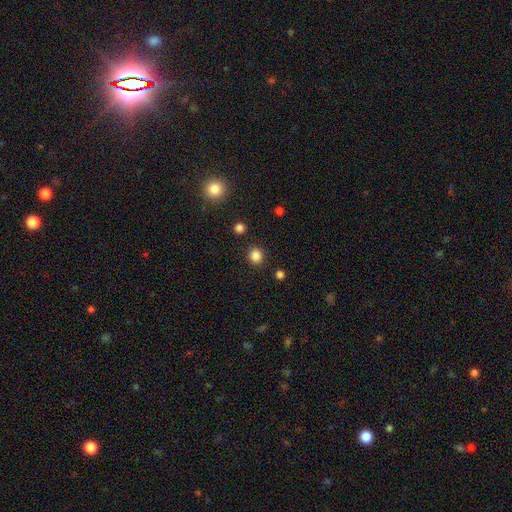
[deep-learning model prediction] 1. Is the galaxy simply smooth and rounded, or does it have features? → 85% smooth, 12% star or artifact, 3% featured or disk.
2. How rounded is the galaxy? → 84% round, 15% in between, 1% cigar-shaped.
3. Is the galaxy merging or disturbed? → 89% none, 6% minor disturbance, 2% major disturbance, 2% merger.